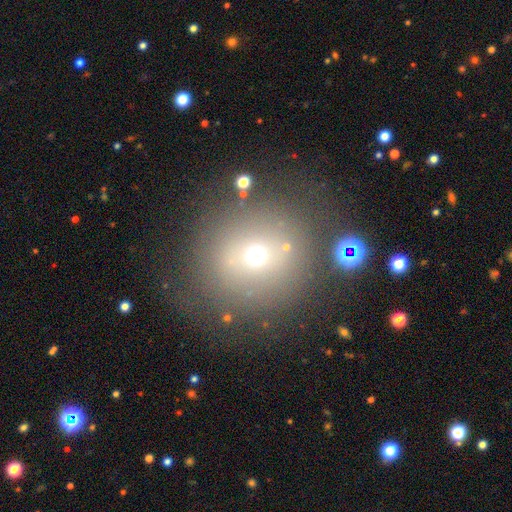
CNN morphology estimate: A smooth galaxy with no disk features (62%) that is round (92%).

Vote fractions:
- Smooth or featured? smooth: 62% / star or artifact: 23% / featured or disk: 15%
- How rounded? round: 92% / in between: 7% / cigar-shaped: 1%
- Merging? none: 77% / minor disturbance: 11% / major disturbance: 6% / merger: 6%